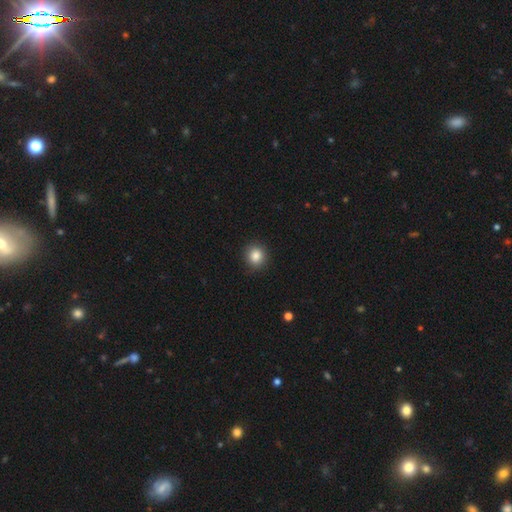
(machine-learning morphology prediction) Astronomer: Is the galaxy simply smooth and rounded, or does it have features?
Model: smooth — 85%.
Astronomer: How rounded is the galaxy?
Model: round — 89%.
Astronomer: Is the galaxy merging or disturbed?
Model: none — 90%.